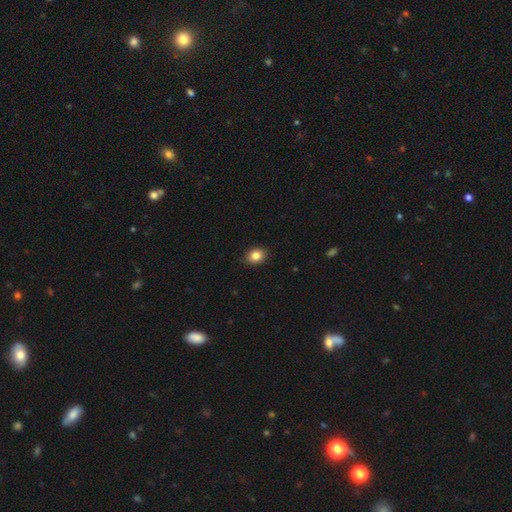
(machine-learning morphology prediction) This appears to be a smooth galaxy with no disk features (85%) that is in between round and cigar-shaped (56%). Merging: none (89%).